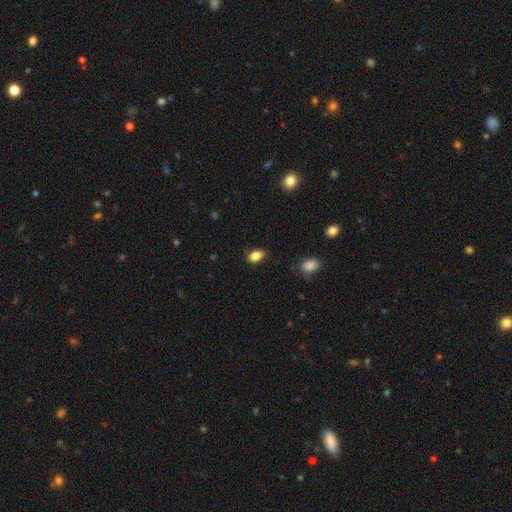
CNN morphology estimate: smooth_or_featured: smooth (p=0.84) [alt: star or artifact p=0.09]
how_rounded: in between (p=0.85) [alt: round p=0.12]
merging: none (p=0.79) [alt: minor disturbance p=0.16]